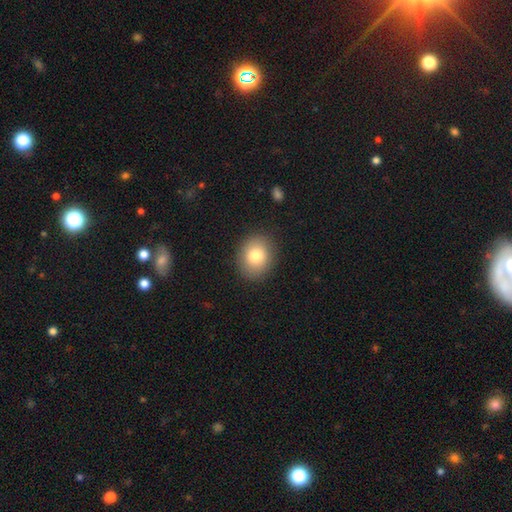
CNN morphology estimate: A smooth galaxy with no disk features (81%) that is round (59%). Merging: none (88%).